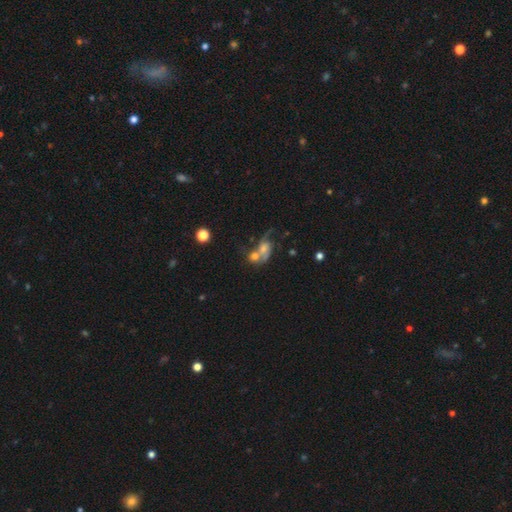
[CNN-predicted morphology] Overall: featured or disk (49%; smooth 35%). Merging: merger (57%; none 21%).